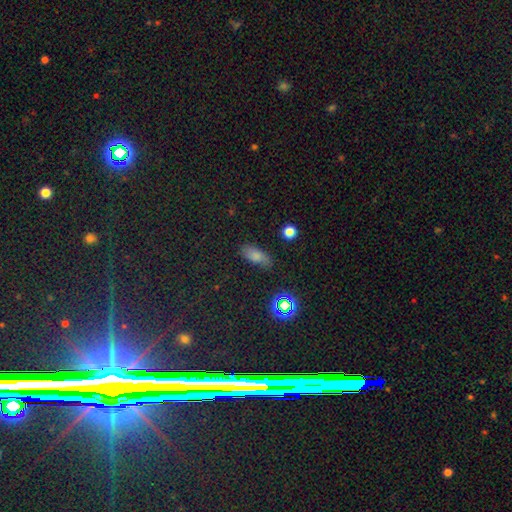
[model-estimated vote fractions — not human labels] smooth-or-featured: smooth: 75% | star or artifact: 15% | featured or disk: 10%
  how-rounded: in between: 76% | cigar-shaped: 19% | round: 5%
  merging: none: 75% | minor disturbance: 17% | major disturbance: 5% | merger: 2%